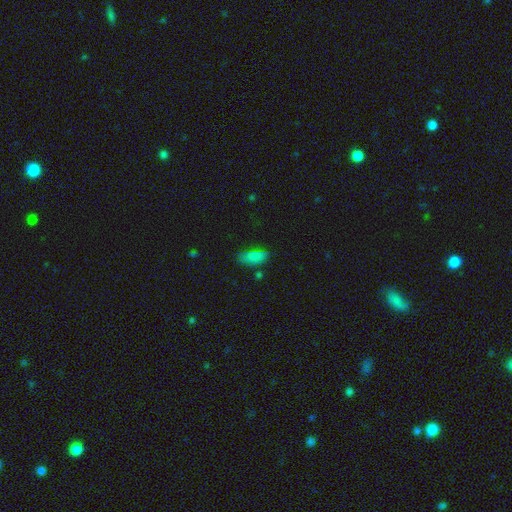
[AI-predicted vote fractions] This appears to be a smooth galaxy with no disk features (79%) that is in between round and cigar-shaped (82%). Merging: none (71%).